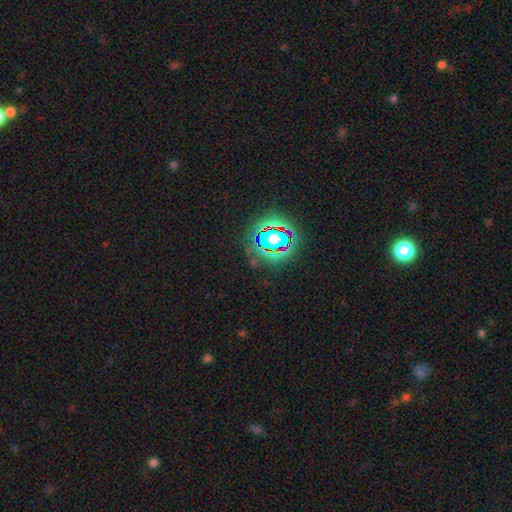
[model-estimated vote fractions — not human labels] Overall: star or artifact (81%).